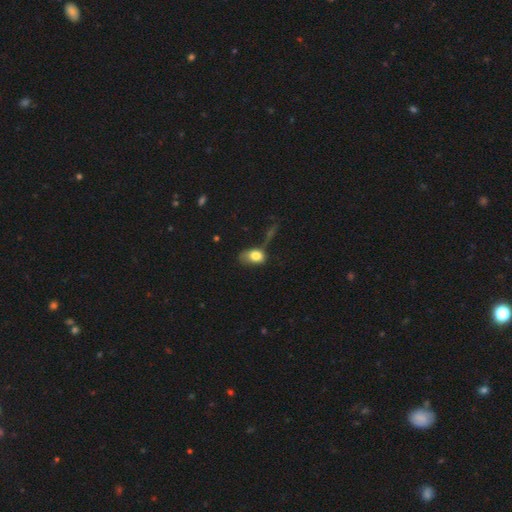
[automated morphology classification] A smooth galaxy with no disk features (77%) that is in between round and cigar-shaped (78%). Merging: minor disturbance (31%).